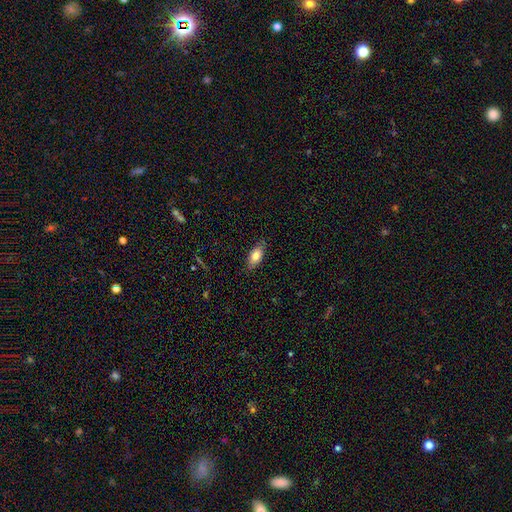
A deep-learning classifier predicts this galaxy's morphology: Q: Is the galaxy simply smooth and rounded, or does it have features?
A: smooth — 79%.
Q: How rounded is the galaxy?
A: in between — 87%.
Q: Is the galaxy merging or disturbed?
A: none — 82%.